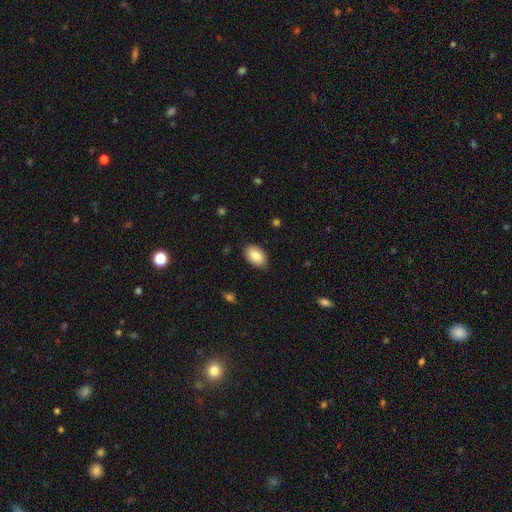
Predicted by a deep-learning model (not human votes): smooth_or_featured: smooth (p=0.86) [alt: featured or disk p=0.07]
how_rounded: in between (p=0.93) [alt: round p=0.06]
merging: none (p=0.87) [alt: minor disturbance p=0.10]